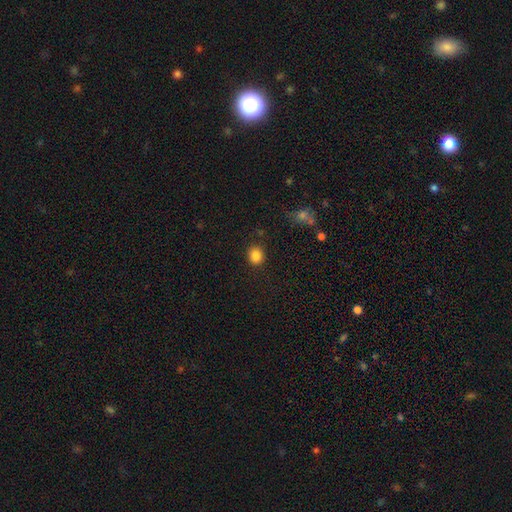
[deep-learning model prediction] Smooth or featured? smooth (85%)
How rounded? round (64%)
Merging? none (84%)